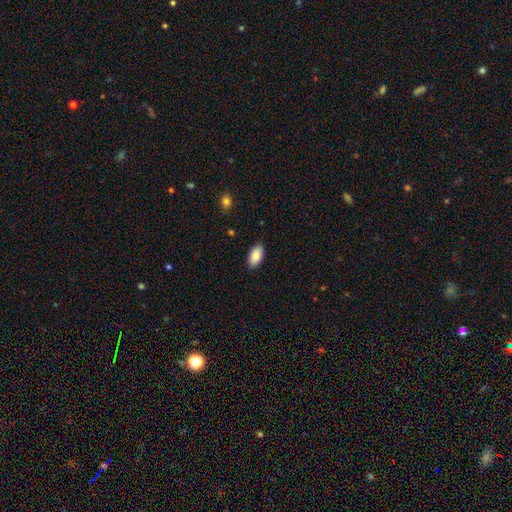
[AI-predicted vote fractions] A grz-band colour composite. It shows a smooth galaxy with no disk features (86%) that is in between round and cigar-shaped (94%). Merging: none (88%).